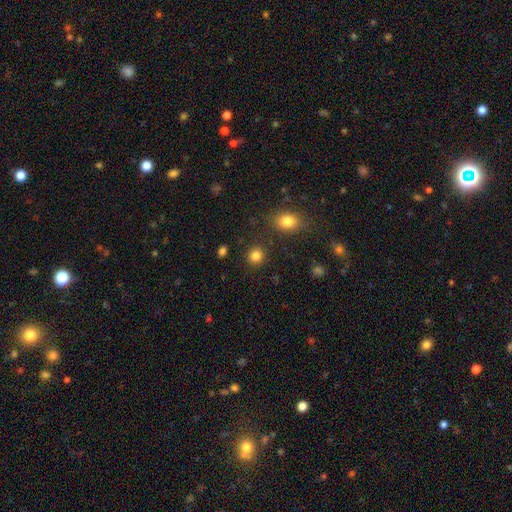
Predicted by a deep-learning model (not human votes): smooth_or_featured: smooth (p=0.84) [alt: star or artifact p=0.12]
how_rounded: round (p=0.83) [alt: in between p=0.16]
merging: none (p=0.87) [alt: minor disturbance p=0.07]